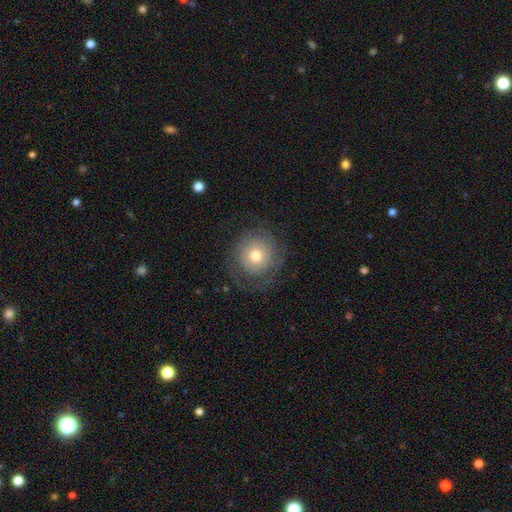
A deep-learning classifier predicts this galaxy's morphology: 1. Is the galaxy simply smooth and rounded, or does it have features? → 49% smooth, 42% featured or disk, 9% star or artifact.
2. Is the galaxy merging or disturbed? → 74% none, 14% minor disturbance, 10% major disturbance, 1% merger.